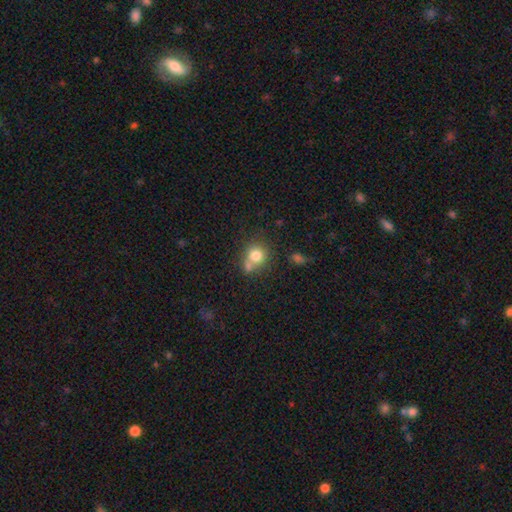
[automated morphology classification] A smooth galaxy with no disk features (77%) that is round (82%).

Vote fractions:
- Smooth or featured? smooth: 77% / featured or disk: 11% / star or artifact: 11%
- How rounded? round: 82% / in between: 17% / cigar-shaped: 1%
- Merging? none: 49% / merger: 34% / minor disturbance: 12% / major disturbance: 5%